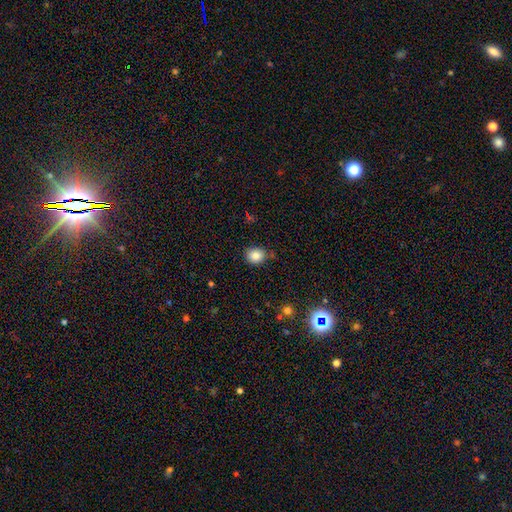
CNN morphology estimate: smooth 84%, star or artifact 10%, featured or disk 5%. Down the decision tree: how rounded — round (73%); merging — none (78%).